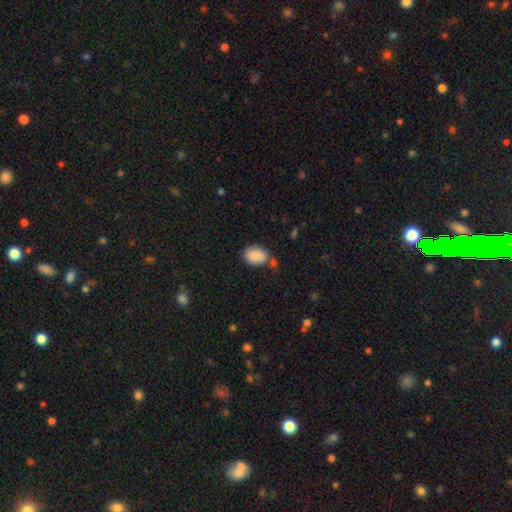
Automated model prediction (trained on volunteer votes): A smooth galaxy with no disk features (86%) that is in between round and cigar-shaped (67%). Merging: none (64%).